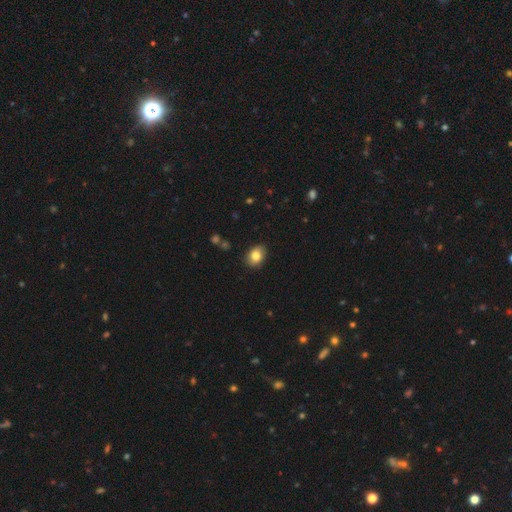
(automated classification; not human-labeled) The model was most divided on "how rounded": in between: 68%, round: 30%, cigar-shaped: 1%. More confident: merging — none (86%); smooth or featured — smooth (83%).